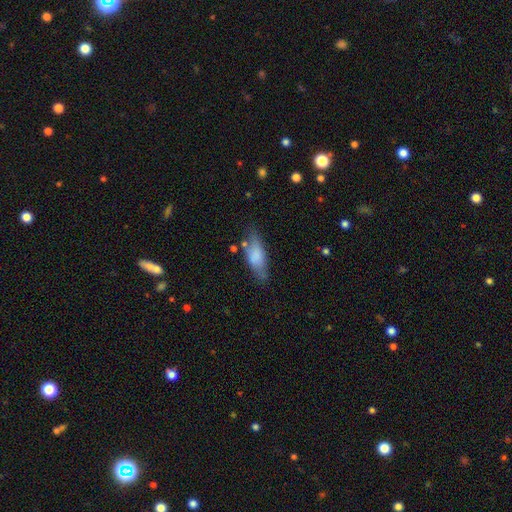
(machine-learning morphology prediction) Smooth or featured? Predicted: smooth (p=0.75). How rounded? Predicted: in between (p=0.69). Merging? Predicted: none (p=0.63).